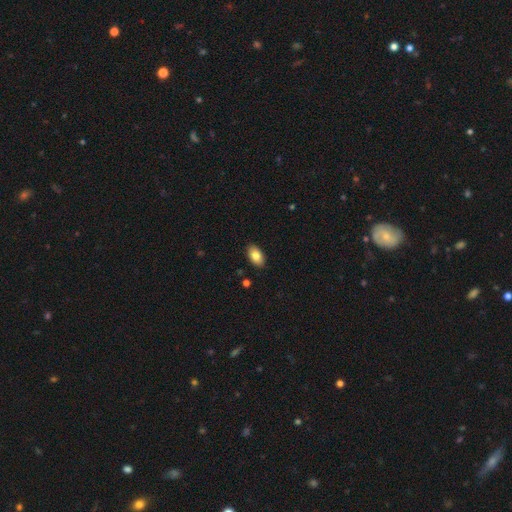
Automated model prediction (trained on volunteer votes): Q: Smooth or featured?
A: smooth (83%); runner-up: featured or disk (10%)
Q: How rounded?
A: in between (93%); runner-up: round (5%)
Q: Merging?
A: none (89%); runner-up: minor disturbance (8%)